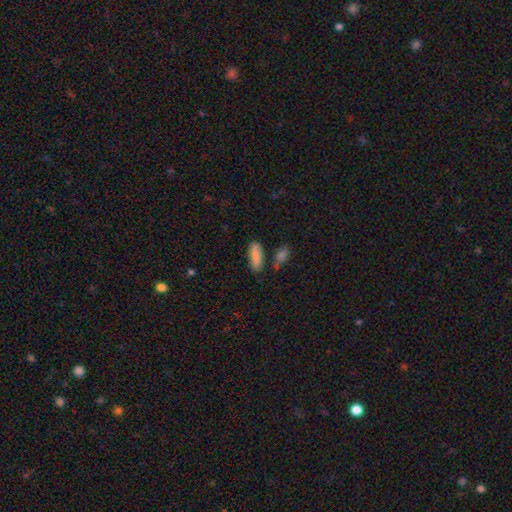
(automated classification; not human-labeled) Smooth or featured? smooth (83%)
How rounded? in between (58%)
Merging? none (71%)